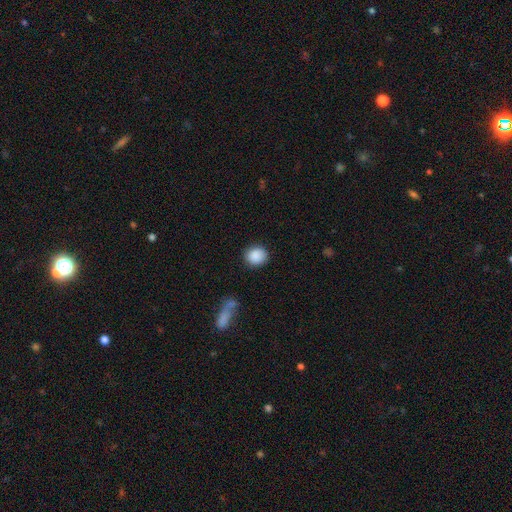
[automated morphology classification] type=smooth (88%); roundness=round (78%); merging=none (85%).